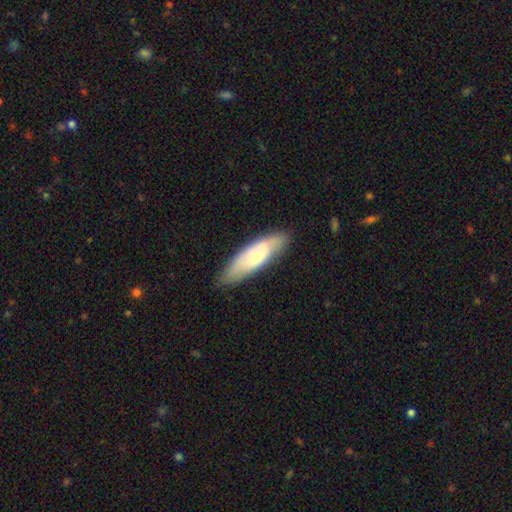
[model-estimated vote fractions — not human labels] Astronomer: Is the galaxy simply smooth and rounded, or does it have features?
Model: smooth — 54% (runner-up: featured or disk, 40%).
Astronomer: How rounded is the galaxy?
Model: cigar-shaped — 51% (runner-up: in between, 47%).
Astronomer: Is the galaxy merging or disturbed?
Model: none — 80%.